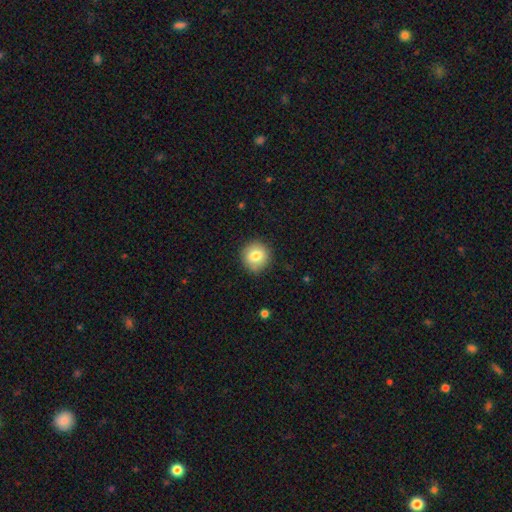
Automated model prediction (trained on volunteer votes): Morphology: type=smooth (80%); roundness=round (90%); merging=none (85%).